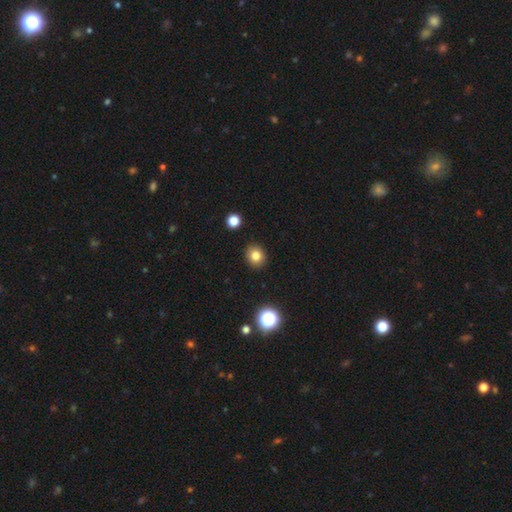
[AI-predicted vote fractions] A smooth galaxy with no disk features (81%) that is round (76%).

Vote fractions:
- Smooth or featured? smooth: 81% / star or artifact: 12% / featured or disk: 7%
- How rounded? round: 76% / in between: 23% / cigar-shaped: 1%
- Merging? none: 91% / minor disturbance: 6% / major disturbance: 2% / merger: 1%